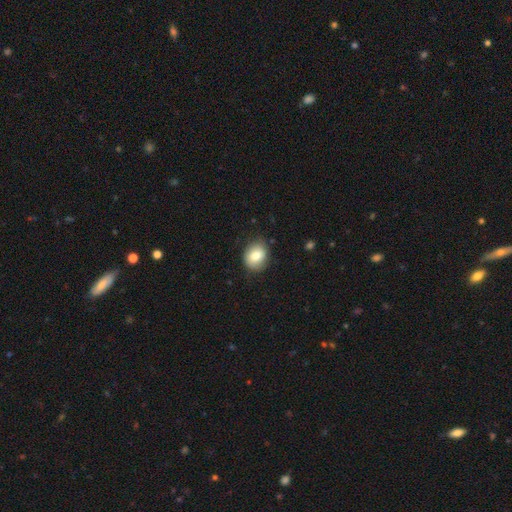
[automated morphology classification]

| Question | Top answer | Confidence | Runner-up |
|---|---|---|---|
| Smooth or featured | smooth | 79% | featured or disk (13%) |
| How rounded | round | 57% | in between (42%) |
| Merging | none | 79% | minor disturbance (16%) |